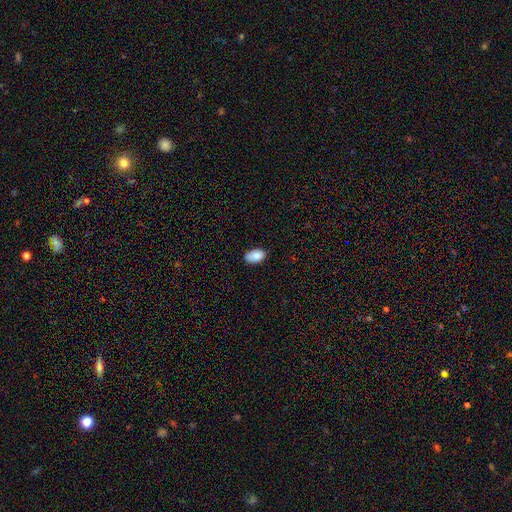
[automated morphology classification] Smooth or featured? smooth (89%)
How rounded? in between (94%)
Merging? none (84%)